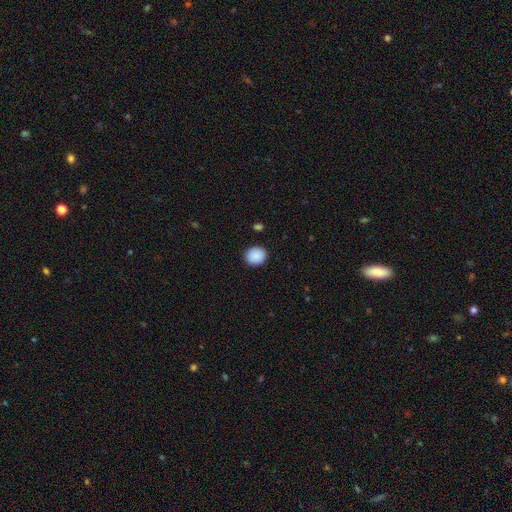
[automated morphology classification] This appears to be a smooth galaxy with no disk features (90%) that is round (81%). Merging: none (90%).